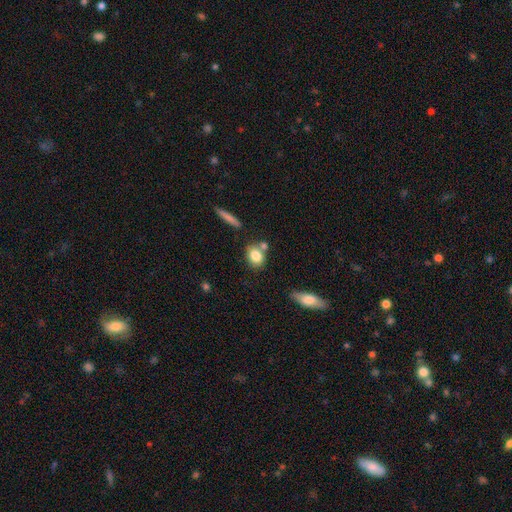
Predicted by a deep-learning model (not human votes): Overall: smooth (81%). How rounded: in between (55%; round 42%). Merging: none (62%).